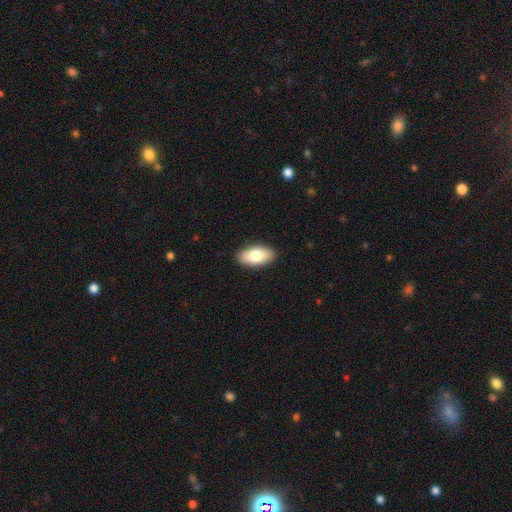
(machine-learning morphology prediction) Smooth or featured? smooth (80%)
How rounded? in between (93%)
Merging? none (90%)